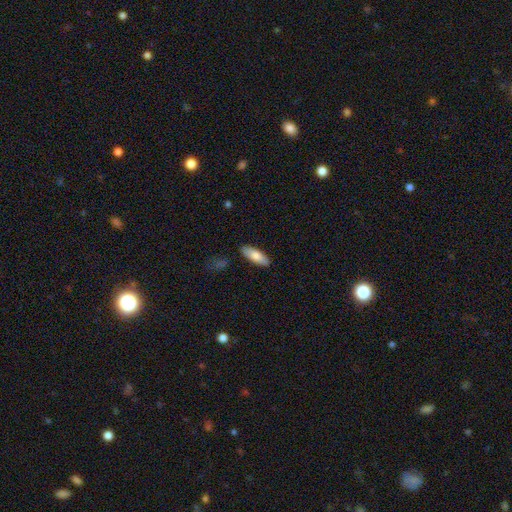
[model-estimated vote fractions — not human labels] Morphology: type=smooth (80%); roundness=in between (72%); merging=none (88%).